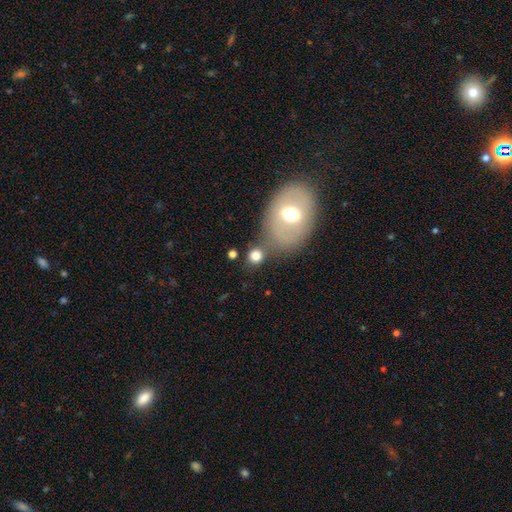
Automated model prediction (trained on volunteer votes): A smooth galaxy with no disk features (76%) that is round (74%). Merging: none (64%).